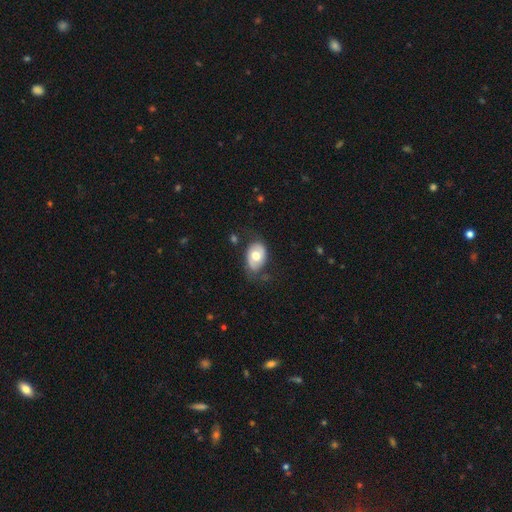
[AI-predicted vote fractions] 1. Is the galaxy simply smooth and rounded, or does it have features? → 54% smooth, 40% featured or disk, 6% star or artifact.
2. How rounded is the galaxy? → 81% in between, 18% round, 1% cigar-shaped.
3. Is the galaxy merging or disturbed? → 66% none, 23% minor disturbance, 9% major disturbance, 2% merger.